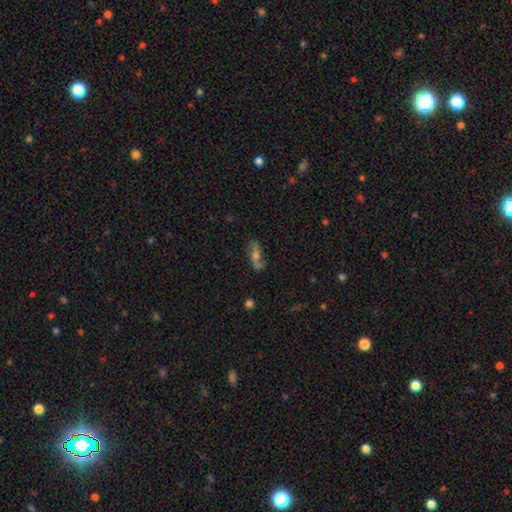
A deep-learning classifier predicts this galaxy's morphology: This appears to be a featured or disk galaxy (61%) with no bar (51%), spiral arms (85%) and a moderate central bulge (56%). Merging: none (73%).